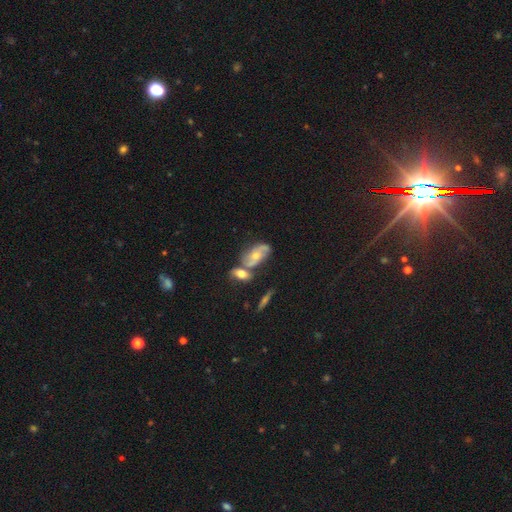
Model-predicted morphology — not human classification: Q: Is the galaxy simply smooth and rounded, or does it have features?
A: featured or disk — 67%.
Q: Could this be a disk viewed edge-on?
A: no — 93%.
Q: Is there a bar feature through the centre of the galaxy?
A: no — 66%.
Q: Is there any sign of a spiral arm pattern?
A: yes — 87%.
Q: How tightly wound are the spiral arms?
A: loose — 43%.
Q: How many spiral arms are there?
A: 2 — 78%.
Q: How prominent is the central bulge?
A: moderate — 54%.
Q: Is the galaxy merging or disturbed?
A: none — 42%.